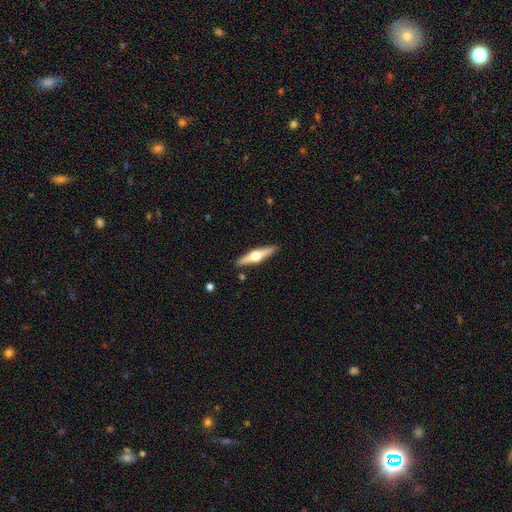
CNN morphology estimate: Q: Smooth or featured?
A: featured or disk (69%); runner-up: smooth (25%)
Q: Edge-on disk?
A: yes (97%); runner-up: no (3%)
Q: Edge-on bulge?
A: rounded (96%); runner-up: boxy (3%)
Q: Merging?
A: none (90%); runner-up: minor disturbance (7%)